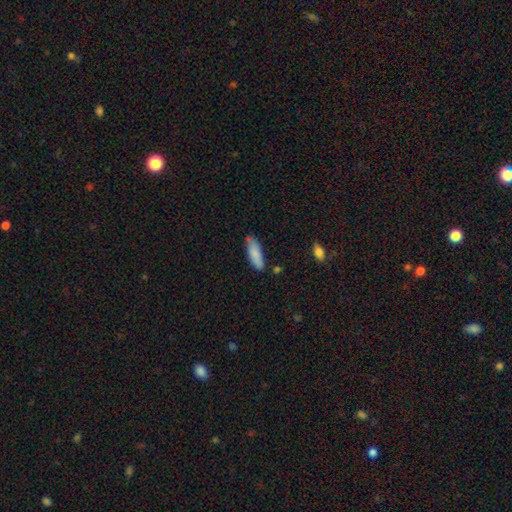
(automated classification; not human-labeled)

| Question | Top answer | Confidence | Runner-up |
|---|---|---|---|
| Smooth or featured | smooth | 83% | featured or disk (10%) |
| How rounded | in between | 50% | cigar-shaped (48%) |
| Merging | none | 71% | minor disturbance (21%) |